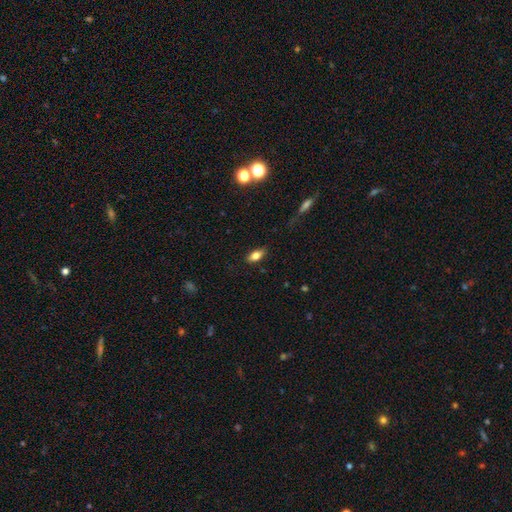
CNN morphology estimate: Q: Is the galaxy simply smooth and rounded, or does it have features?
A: smooth — 78%.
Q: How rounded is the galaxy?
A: in between — 86%.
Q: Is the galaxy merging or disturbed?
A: none — 82%.